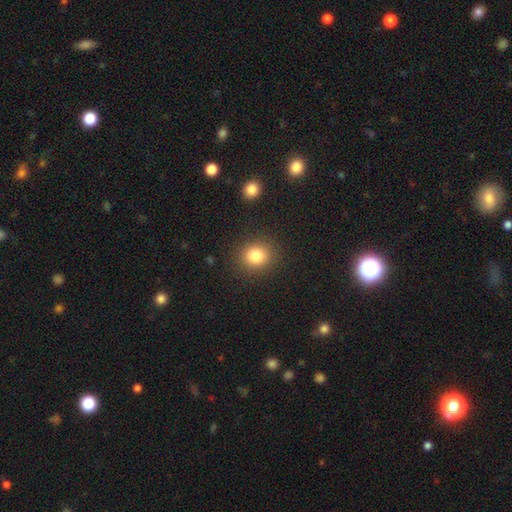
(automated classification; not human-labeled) Smooth or featured? Predicted: smooth (p=0.82). How rounded? Predicted: round (p=0.80). Merging? Predicted: none (p=0.88).